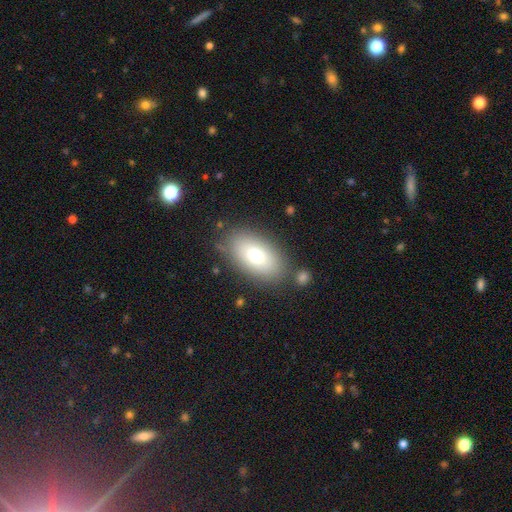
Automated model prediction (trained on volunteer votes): Smooth or featured? smooth (74%)
How rounded? in between (92%)
Merging? none (81%)